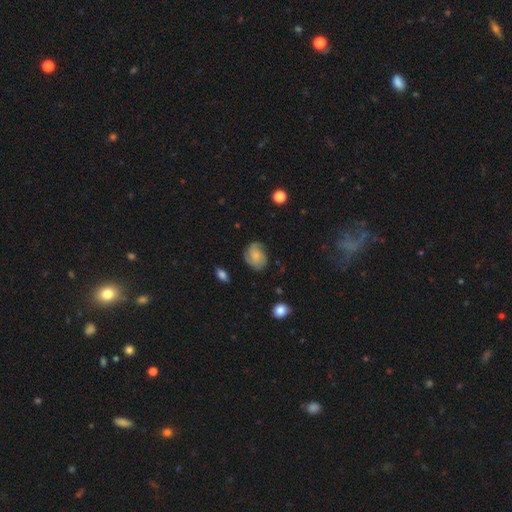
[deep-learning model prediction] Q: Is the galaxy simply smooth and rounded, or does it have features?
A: featured or disk — 57%.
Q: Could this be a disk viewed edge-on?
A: no — 97%.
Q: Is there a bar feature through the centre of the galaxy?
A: no — 72%.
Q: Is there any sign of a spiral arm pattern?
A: yes — 92%.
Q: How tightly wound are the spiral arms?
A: tight — 44%.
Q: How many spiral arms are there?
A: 2 — 39%.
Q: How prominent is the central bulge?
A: small — 43%.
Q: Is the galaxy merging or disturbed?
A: none — 71%.